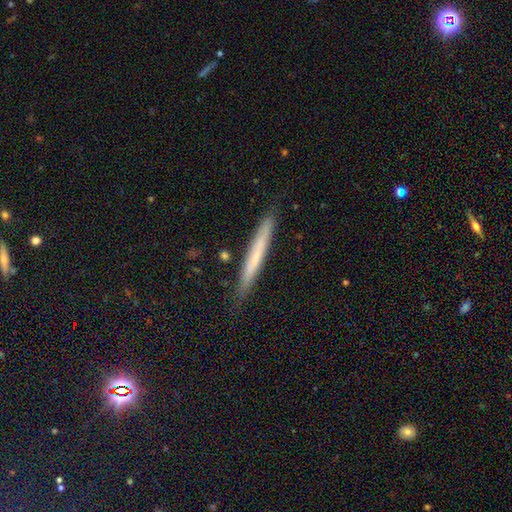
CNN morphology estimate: A smooth galaxy with no disk features (53%) that is cigar-shaped (96%). Merging: none (87%).